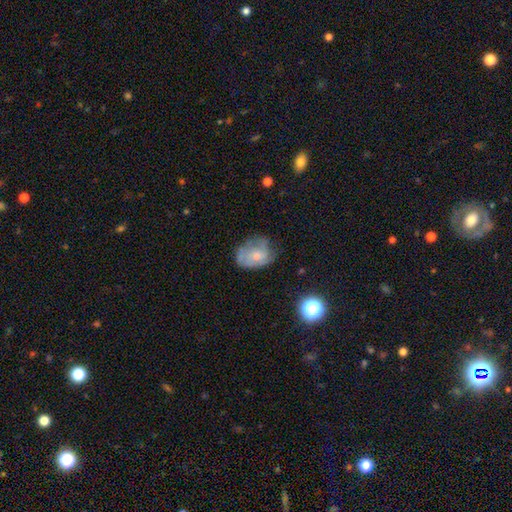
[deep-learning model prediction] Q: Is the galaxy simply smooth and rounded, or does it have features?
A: featured or disk — 49%.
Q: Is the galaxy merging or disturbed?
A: none — 49%.